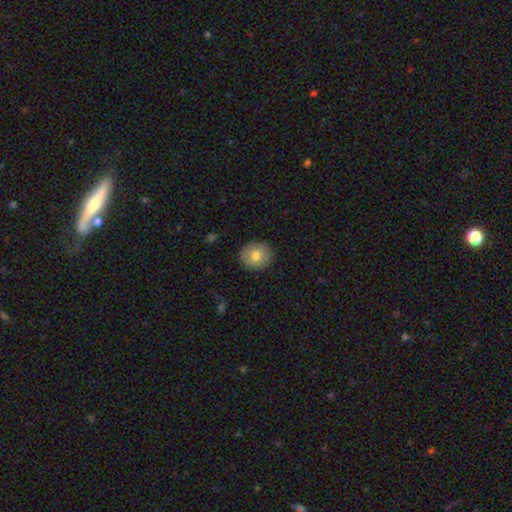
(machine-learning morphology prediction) Smooth or featured?
  - smooth: 77% *
  - featured or disk: 15%
  - star or artifact: 8%
How rounded?
  - round: 76% *
  - in between: 23%
  - cigar-shaped: 1%
Merging?
  - none: 89% *
  - minor disturbance: 8%
  - major disturbance: 2%
  - merger: 1%